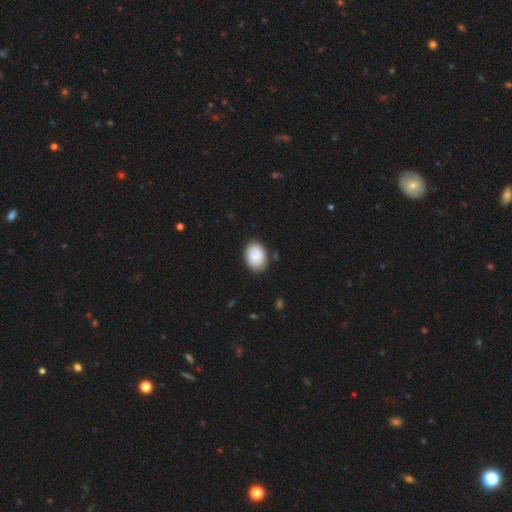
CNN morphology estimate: Smooth or featured? Predicted: smooth (p=0.84). How rounded? Predicted: in between (p=0.78). Merging? Predicted: none (p=0.83).